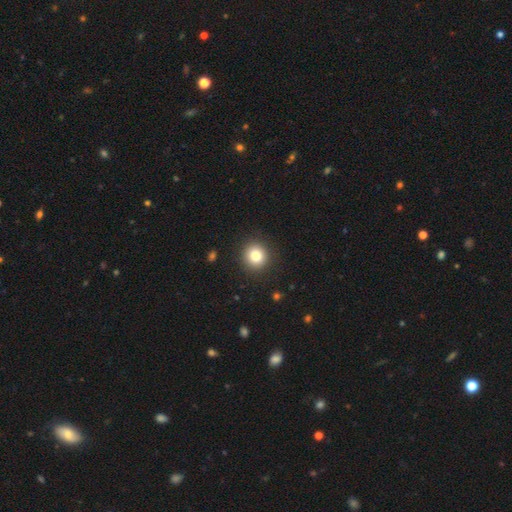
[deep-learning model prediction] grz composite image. It shows a smooth galaxy with no disk features (83%) that is round (89%). Merging: none (91%).